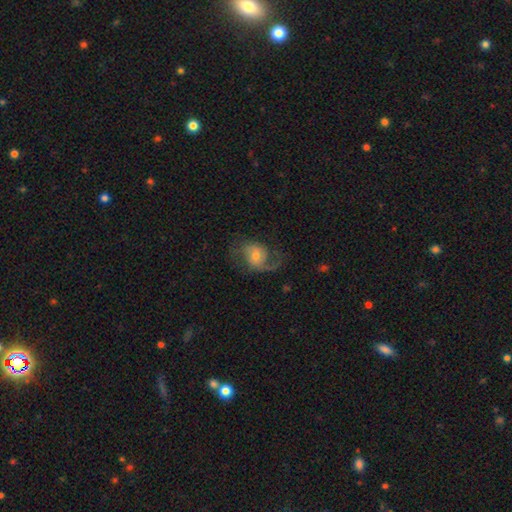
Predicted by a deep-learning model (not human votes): smooth-or-featured: featured or disk: 71% | smooth: 21% | star or artifact: 8%
  disk-edge-on: no: 97% | yes: 3%
    bar: no: 60% | weak: 33% | strong: 8%
    has-spiral-arms: yes: 91% | no: 9%
      spiral-winding: loose: 49% | medium: 39% | tight: 11%
      spiral-arm-count: 2: 69% | 1: 21% | can't tell: 6% | 3: 2% | 4: 1% | more than 4: 1%
    bulge-size: moderate: 53% | small: 39% | large: 6% | none: 2% | dominant: 1%
  merging: none: 57% | major disturbance: 22% | minor disturbance: 19% | merger: 2%